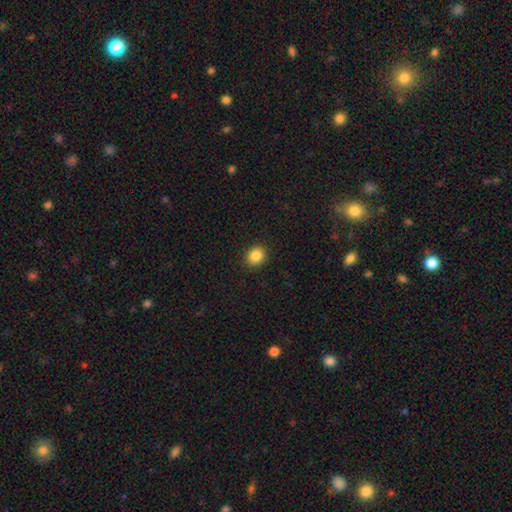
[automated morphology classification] type=smooth (86%); roundness=round (69%); merging=none (91%).